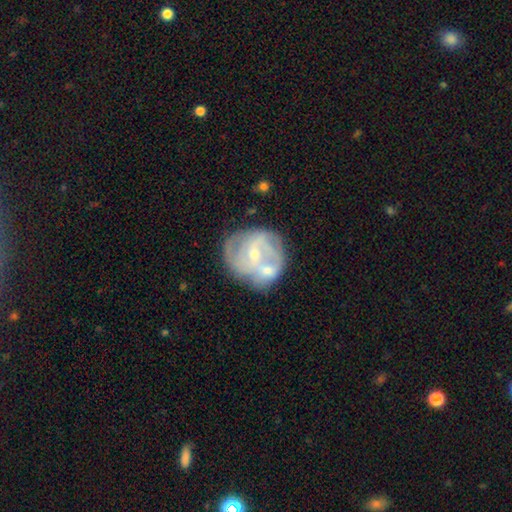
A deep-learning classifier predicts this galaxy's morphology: Q: Smooth or featured?
A: featured or disk (72%); runner-up: smooth (22%)
Q: Edge-on disk?
A: no (98%); runner-up: yes (2%)
Q: Bar?
A: no (52%); runner-up: weak (38%)
Q: Spiral arms?
A: yes (73%); runner-up: no (27%)
Q: Spiral winding?
A: tight (44%); runner-up: medium (39%)
Q: Spiral arm count?
A: can't tell (34%); runner-up: 2 (33%)
Q: Bulge size?
A: small (61%); runner-up: moderate (34%)
Q: Merging?
A: merger (45%); runner-up: none (32%)